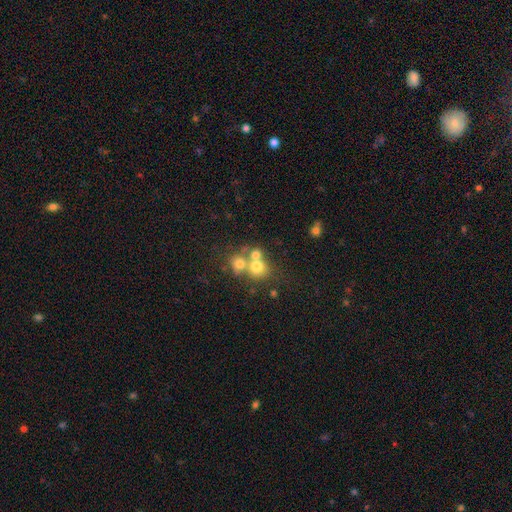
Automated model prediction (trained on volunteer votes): Smooth or featured?
  - smooth: 65% *
  - featured or disk: 19%
  - star or artifact: 16%
How rounded?
  - round: 79% *
  - in between: 20%
  - cigar-shaped: 1%
Merging?
  - merger: 50% *
  - none: 39%
  - minor disturbance: 7%
  - major disturbance: 4%